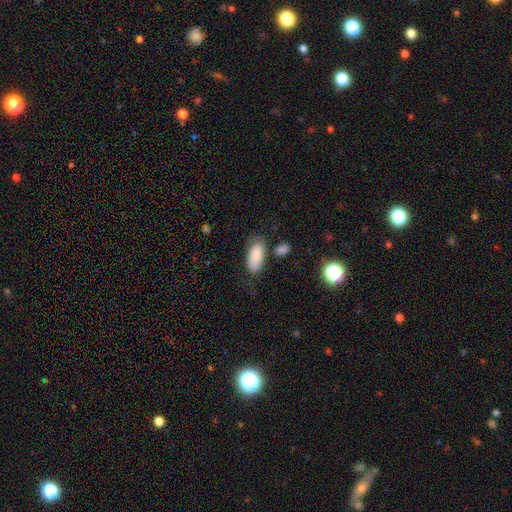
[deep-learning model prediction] Morphology: type=smooth (86%); roundness=in between (90%); merging=none (66%).